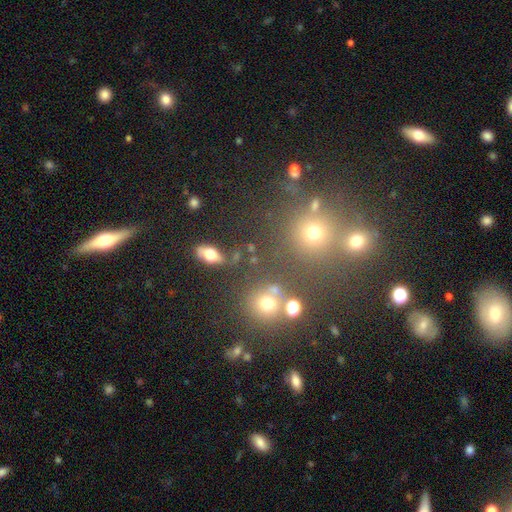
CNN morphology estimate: Overall: smooth (46%; star or artifact 40%). Merging: none (70%).